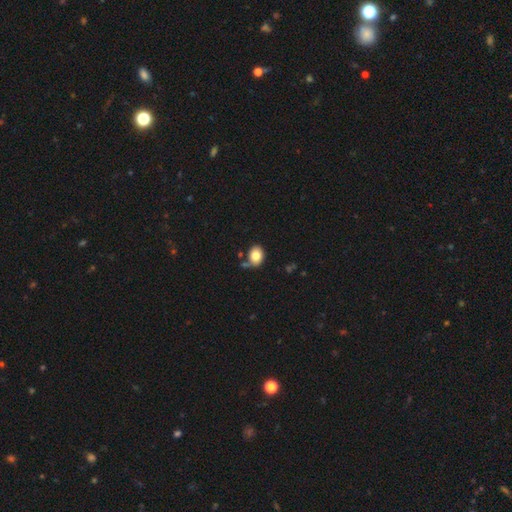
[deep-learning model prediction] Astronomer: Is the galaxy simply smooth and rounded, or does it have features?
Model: smooth — 80%.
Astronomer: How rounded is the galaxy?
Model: in between — 55% (runner-up: round, 44%).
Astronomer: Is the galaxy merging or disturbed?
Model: none — 62%.